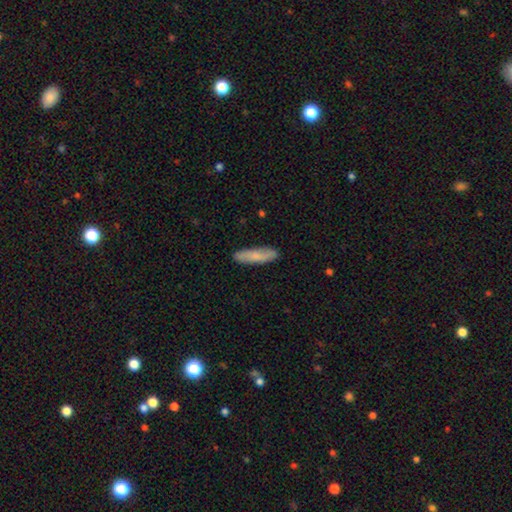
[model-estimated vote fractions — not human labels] This appears to be a smooth galaxy with no disk features (73%) that is cigar-shaped (73%). Merging: none (87%).